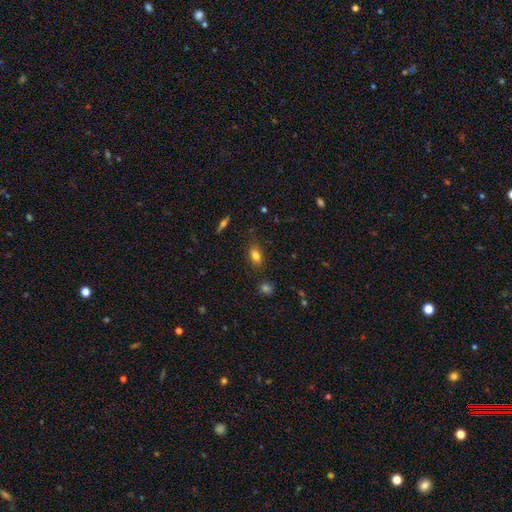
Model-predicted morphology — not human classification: Smooth or featured: smooth — 81% (star or artifact — 11%)
How rounded: in between — 80% (round — 15%)
Merging: none — 74% (minor disturbance — 18%)